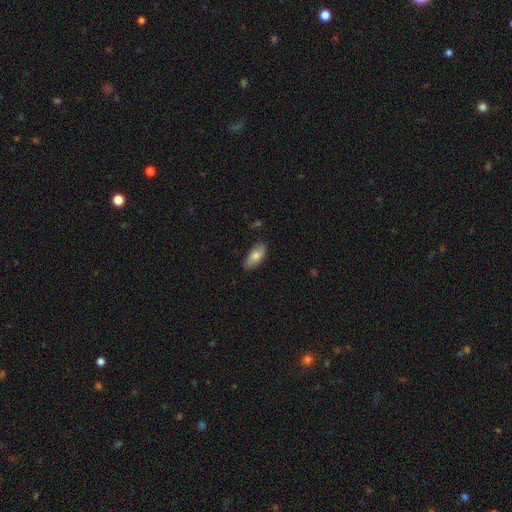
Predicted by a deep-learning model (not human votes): smooth_or_featured: smooth (p=0.74) [alt: featured or disk p=0.20]
how_rounded: in between (p=0.87) [alt: cigar-shaped p=0.10]
merging: none (p=0.82) [alt: minor disturbance p=0.15]